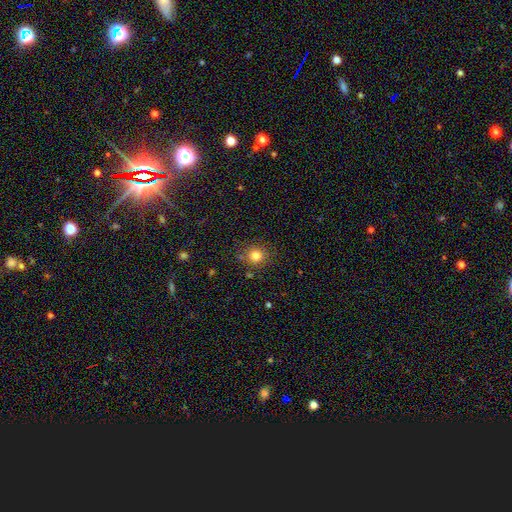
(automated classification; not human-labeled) Smooth or featured?
  - smooth: 81% *
  - star or artifact: 13%
  - featured or disk: 6%
How rounded?
  - round: 88% *
  - in between: 11%
  - cigar-shaped: 1%
Merging?
  - none: 81% *
  - minor disturbance: 11%
  - merger: 4%
  - major disturbance: 4%